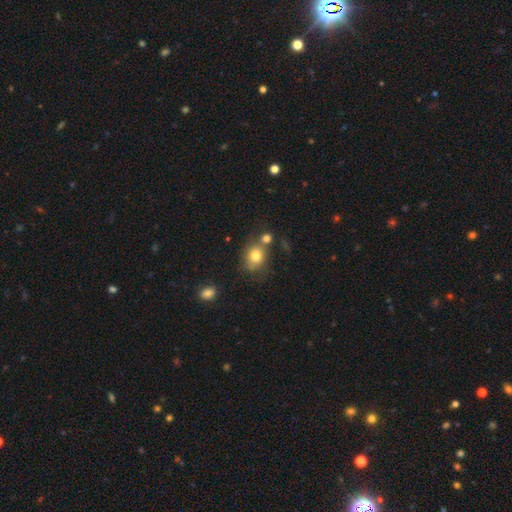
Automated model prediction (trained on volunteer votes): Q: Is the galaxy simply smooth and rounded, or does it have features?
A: smooth — 78%.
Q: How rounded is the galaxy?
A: round — 66%.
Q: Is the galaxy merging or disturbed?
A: none — 53%.